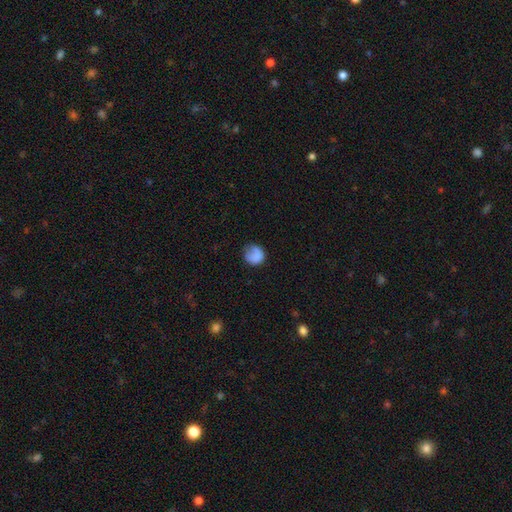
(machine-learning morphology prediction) A smooth galaxy with no disk features (80%) that is round (82%). Merging: none (61%).